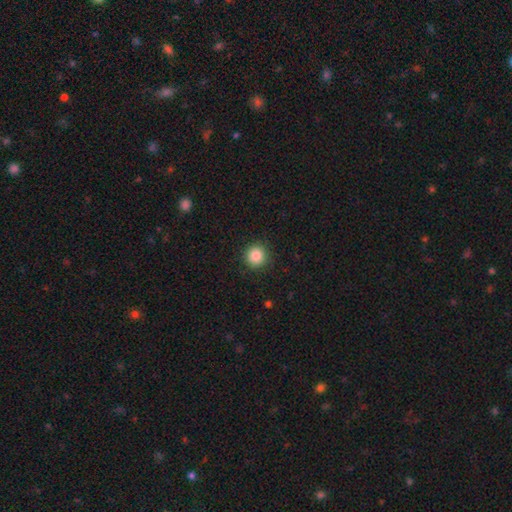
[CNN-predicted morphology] Smooth or featured: smooth — 87% (star or artifact — 10%)
How rounded: round — 93% (in between — 6%)
Merging: none — 91% (minor disturbance — 6%)